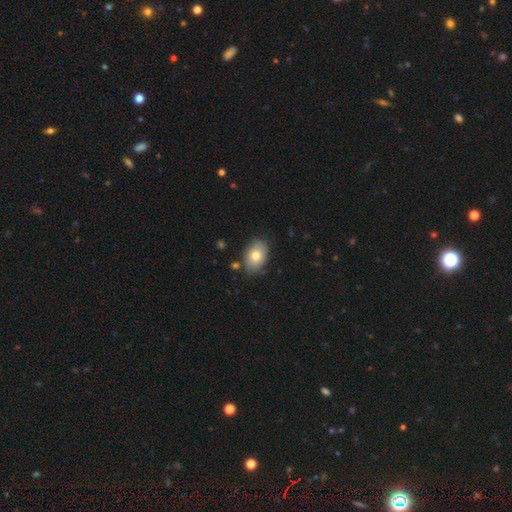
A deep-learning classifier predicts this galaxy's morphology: Q: Smooth or featured?
A: smooth (79%); runner-up: featured or disk (14%)
Q: How rounded?
A: in between (85%); runner-up: round (14%)
Q: Merging?
A: none (81%); runner-up: minor disturbance (14%)